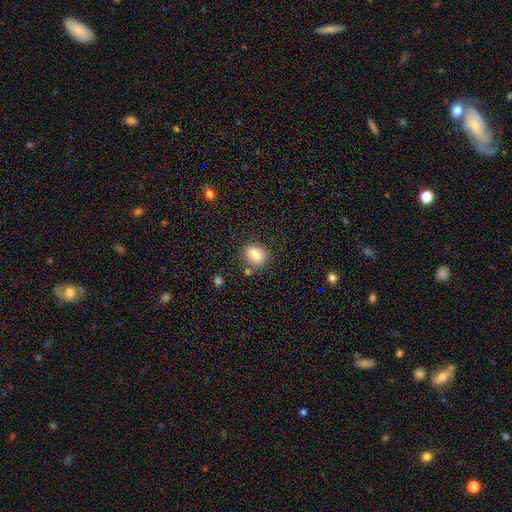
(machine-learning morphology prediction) A smooth galaxy with no disk features (75%) that is round (56%). Merging: none (69%).